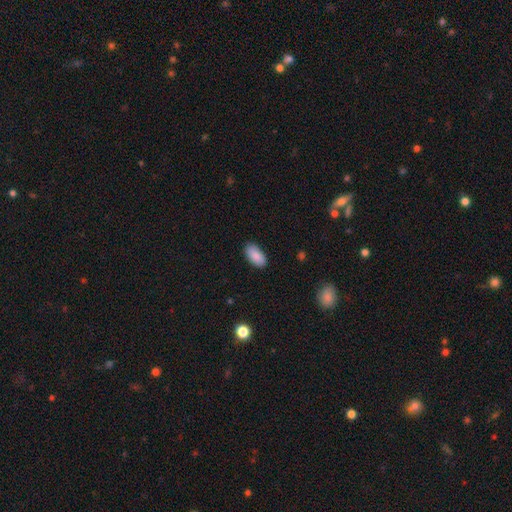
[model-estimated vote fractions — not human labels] The model was most divided on "merging": none: 87%, minor disturbance: 10%, major disturbance: 2%, merger: 1%. More confident: how rounded — in between (94%); smooth or featured — smooth (89%).